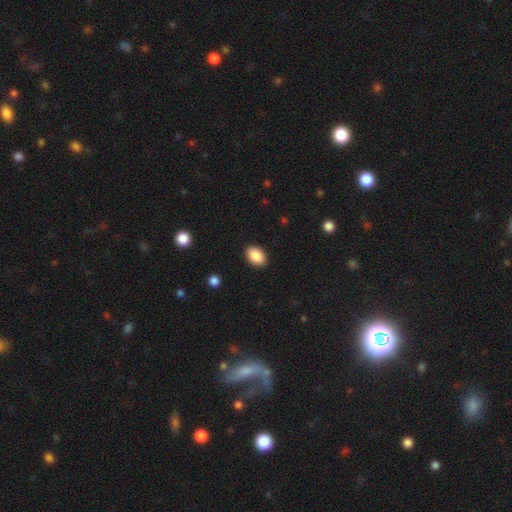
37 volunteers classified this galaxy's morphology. This appears to be a smooth galaxy with no disk features (97%) that is in between round and cigar-shaped (92%). Merging: none (89%).